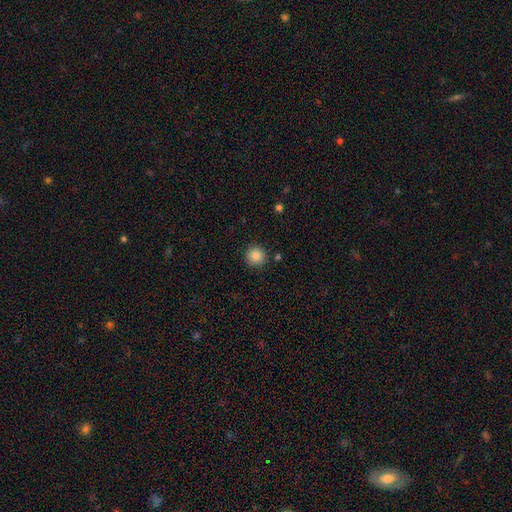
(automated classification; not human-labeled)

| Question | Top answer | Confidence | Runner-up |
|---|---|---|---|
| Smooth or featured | smooth | 86% | star or artifact (10%) |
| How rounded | round | 94% | in between (5%) |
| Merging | none | 89% | minor disturbance (7%) |